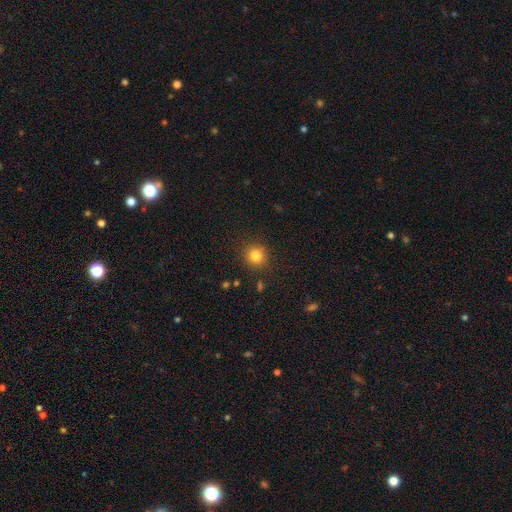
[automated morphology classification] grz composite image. It shows a smooth galaxy with no disk features (81%) that is round (91%). Merging: none (88%).